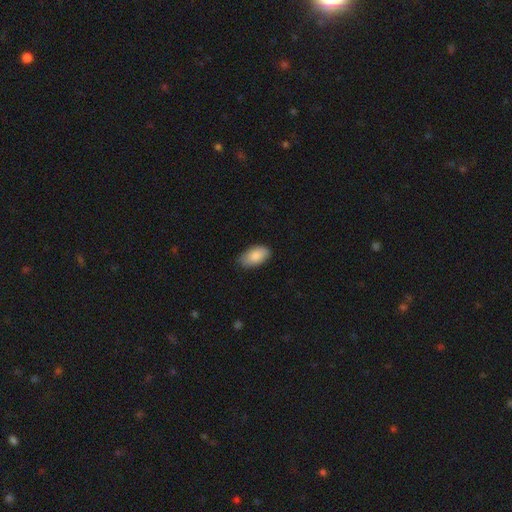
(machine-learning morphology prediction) type=smooth (87%); roundness=in between (94%); merging=none (77%).